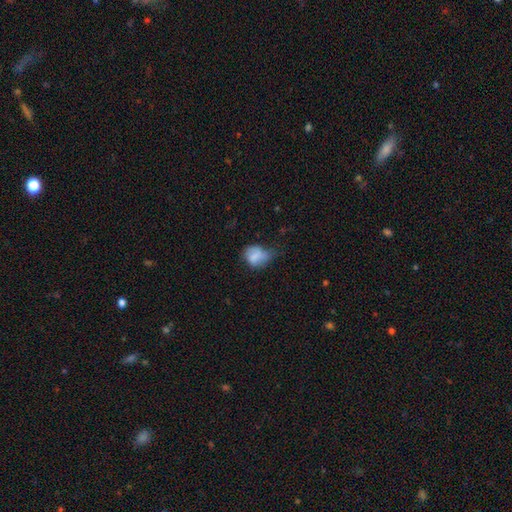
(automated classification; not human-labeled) smooth_or_featured: smooth (p=0.69) [alt: featured or disk p=0.21]
how_rounded: in between (p=0.51) [alt: round p=0.47]
merging: minor disturbance (p=0.41) [alt: none p=0.30]